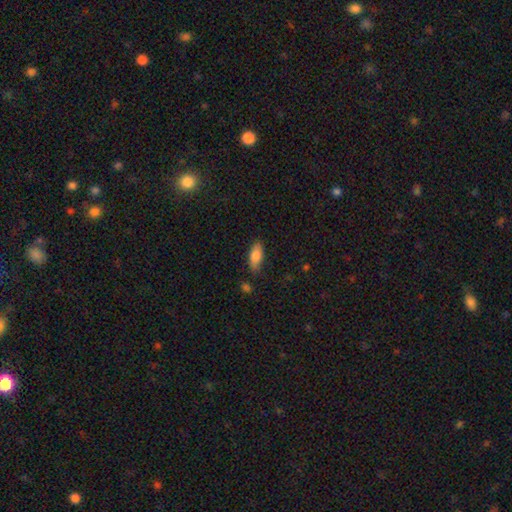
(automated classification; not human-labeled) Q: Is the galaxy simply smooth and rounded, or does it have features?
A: smooth — 80%.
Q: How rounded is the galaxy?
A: in between — 79%.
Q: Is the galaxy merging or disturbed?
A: none — 80%.